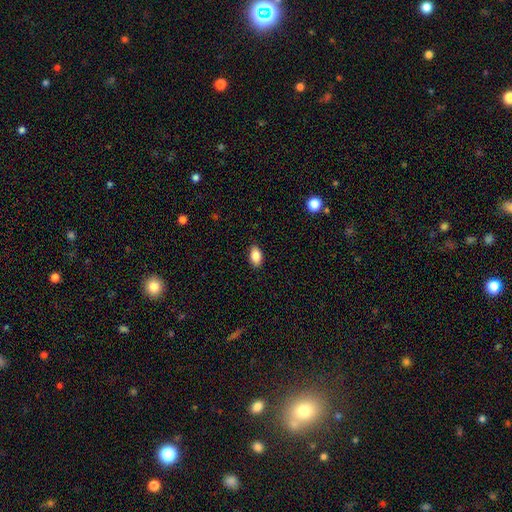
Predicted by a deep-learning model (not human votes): A smooth galaxy with no disk features (86%) that is in between round and cigar-shaped (90%).

Vote fractions:
- Smooth or featured? smooth: 86% / star or artifact: 8% / featured or disk: 6%
- How rounded? in between: 90% / round: 8% / cigar-shaped: 2%
- Merging? none: 86% / minor disturbance: 11% / major disturbance: 2% / merger: 1%